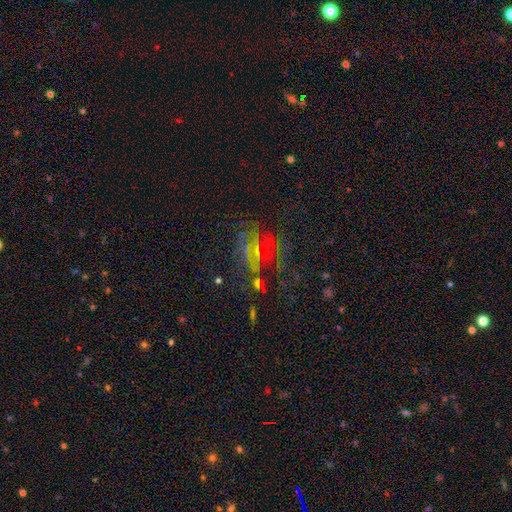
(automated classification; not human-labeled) Smooth or featured?
  - featured or disk: 40% *
  - star or artifact: 36%
  - smooth: 24%
Merging?
  - none: 46% *
  - major disturbance: 30%
  - minor disturbance: 16%
  - merger: 9%